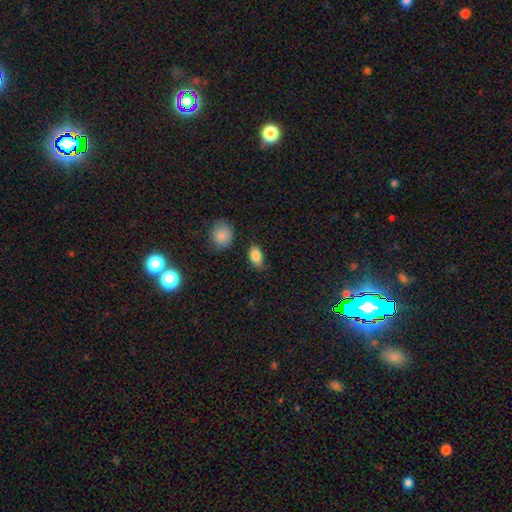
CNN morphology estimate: Smooth or featured? Predicted: smooth (p=0.86). How rounded? Predicted: in between (p=0.87). Merging? Predicted: none (p=0.75).